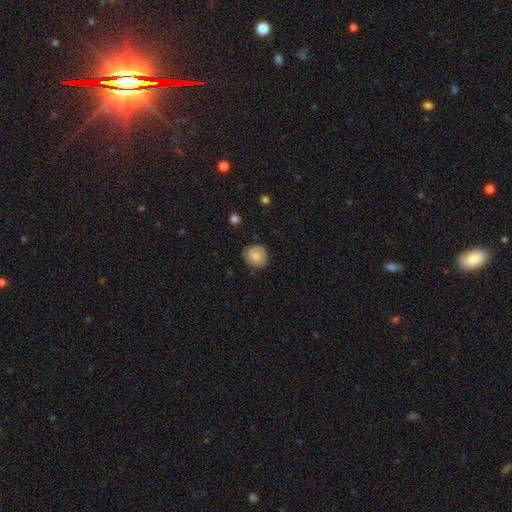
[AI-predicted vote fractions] This is likely a smooth galaxy (69%). How rounded: clearly round (84%). Merging: likely none (74%).